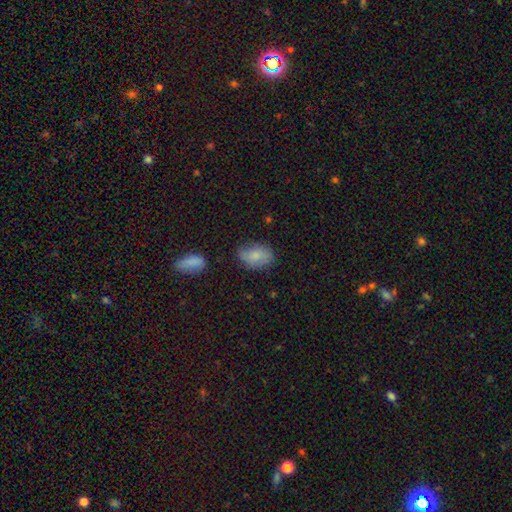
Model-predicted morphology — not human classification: Smooth or featured?
  - smooth: 75% *
  - featured or disk: 17%
  - star or artifact: 8%
How rounded?
  - in between: 86% *
  - round: 12%
  - cigar-shaped: 2%
Merging?
  - none: 62% *
  - minor disturbance: 28%
  - major disturbance: 7%
  - merger: 3%